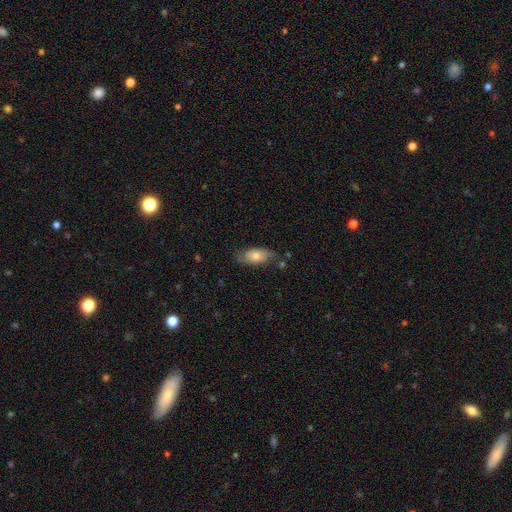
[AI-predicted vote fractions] smooth 59%, featured or disk 33%, star or artifact 8%. Down the decision tree: how rounded — in between (84%); merging — none (70%).